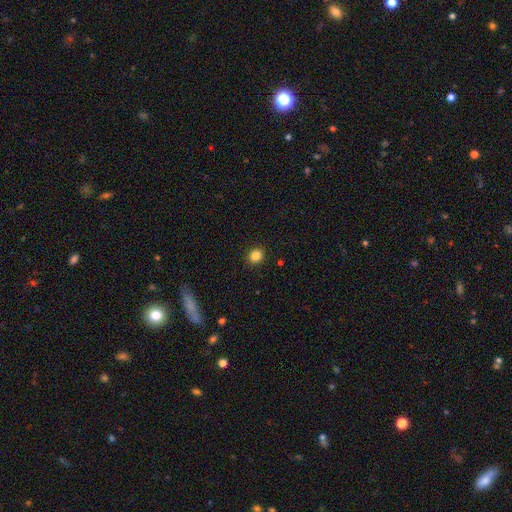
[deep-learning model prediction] smooth_or_featured: smooth (p=0.85) [alt: star or artifact p=0.11]
how_rounded: round (p=0.71) [alt: in between p=0.28]
merging: none (p=0.90) [alt: minor disturbance p=0.07]